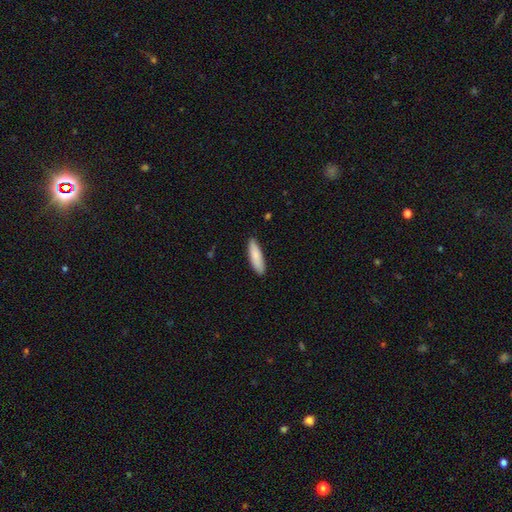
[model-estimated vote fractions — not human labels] This appears to be a smooth galaxy with no disk features (85%) that is cigar-shaped (63%). Merging: none (87%).